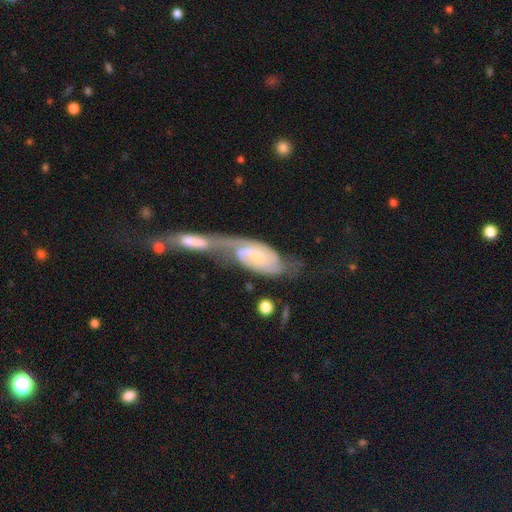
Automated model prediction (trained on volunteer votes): Smooth or featured? Predicted: featured or disk (p=0.81). Edge-on disk? Predicted: no (p=0.93). Bar? Predicted: weak (p=0.43). Spiral arms? Predicted: yes (p=0.94). Spiral winding? Predicted: medium (p=0.41). Spiral arm count? Predicted: 2 (p=0.77). Bulge size? Predicted: small (p=0.55). Merging? Predicted: merger (p=0.63).